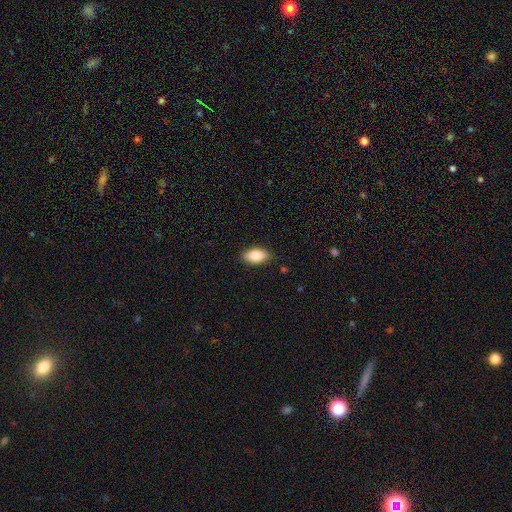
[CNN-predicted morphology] smooth_or_featured: smooth (p=0.85) [alt: featured or disk p=0.08]
how_rounded: in between (p=0.92) [alt: round p=0.04]
merging: none (p=0.87) [alt: minor disturbance p=0.10]